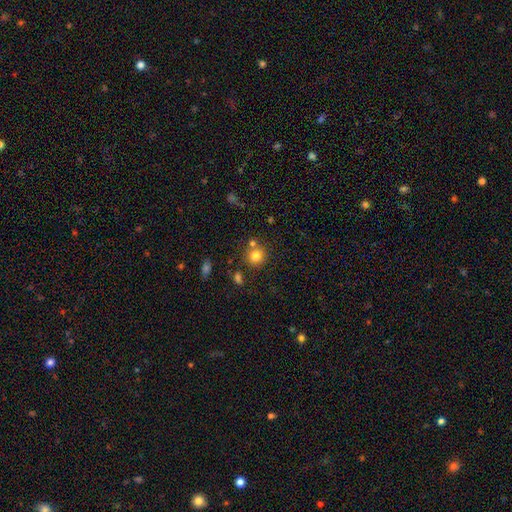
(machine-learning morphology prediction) This is likely a smooth galaxy (79%). How rounded: clearly round (89%). Merging: likely none (71%).